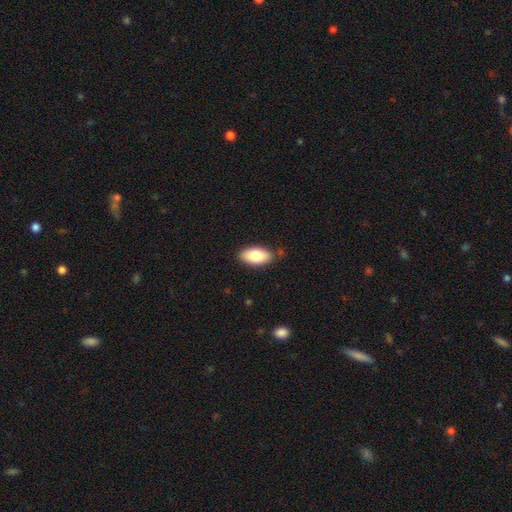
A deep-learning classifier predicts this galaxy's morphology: Q: Smooth or featured?
A: smooth (81%); runner-up: featured or disk (12%)
Q: How rounded?
A: in between (92%); runner-up: cigar-shaped (6%)
Q: Merging?
A: none (82%); runner-up: minor disturbance (14%)